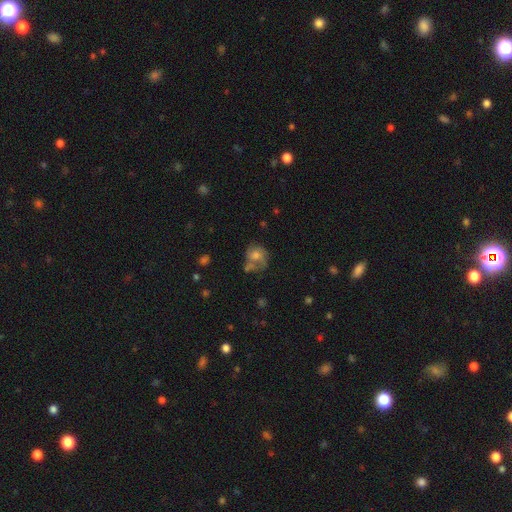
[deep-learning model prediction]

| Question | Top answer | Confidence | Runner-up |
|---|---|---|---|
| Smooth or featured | smooth | 47% | featured or disk (40%) |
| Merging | none | 42% | minor disturbance (23%) |